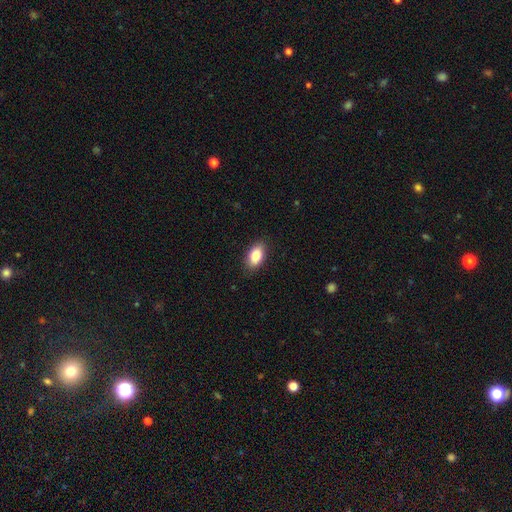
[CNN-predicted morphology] Overall: smooth (84%). How rounded: in between (92%). Merging: none (87%).